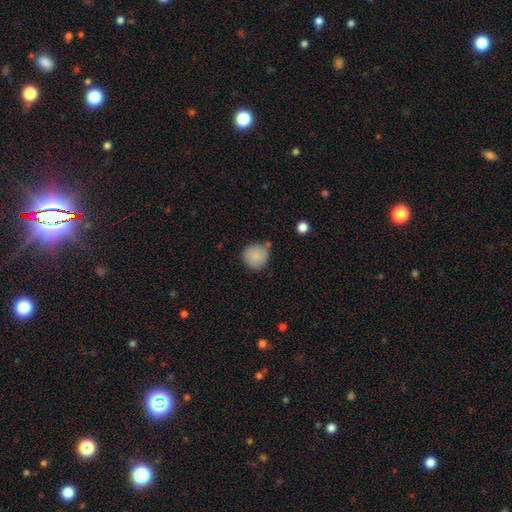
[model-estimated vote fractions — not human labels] smooth 86%, star or artifact 8%, featured or disk 6%. Down the decision tree: how rounded — round (91%); merging — none (72%).